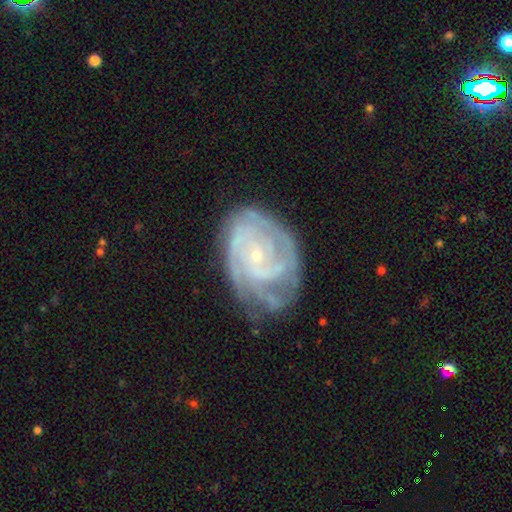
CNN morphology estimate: smooth_or_featured: featured or disk (p=0.88) [alt: smooth p=0.07]
disk_edge_on: no (p=0.98) [alt: yes p=0.02]
bar: no (p=0.65) [alt: weak p=0.28]
has_spiral_arms: yes (p=0.96) [alt: no p=0.04]
spiral_winding: tight (p=0.67) [alt: medium p=0.28]
spiral_arm_count: 2 (p=0.29) [alt: can't tell p=0.24]
bulge_size: small (p=0.83) [alt: moderate p=0.13]
merging: none (p=0.62) [alt: minor disturbance p=0.25]